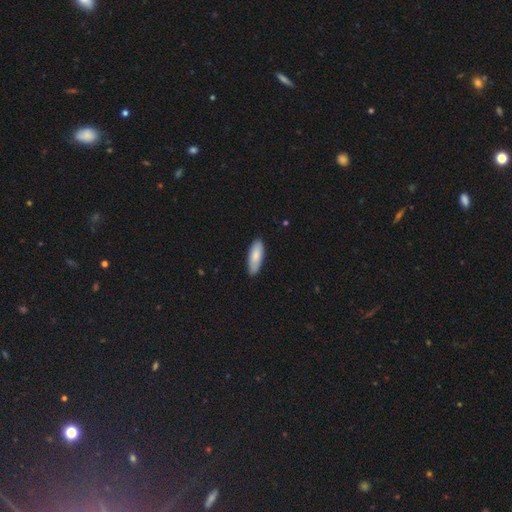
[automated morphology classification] smooth 85%, featured or disk 10%, star or artifact 5%. Down the decision tree: how rounded — in between (66%); merging — none (88%).